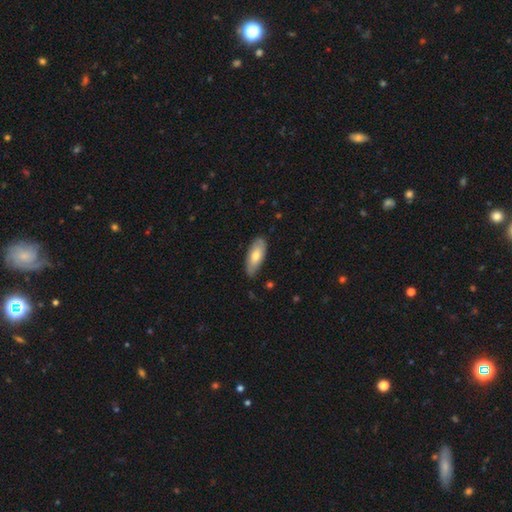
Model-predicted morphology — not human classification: Smooth or featured: smooth — 66% (featured or disk — 29%)
How rounded: in between — 79% (cigar-shaped — 18%)
Merging: none — 80% (minor disturbance — 16%)